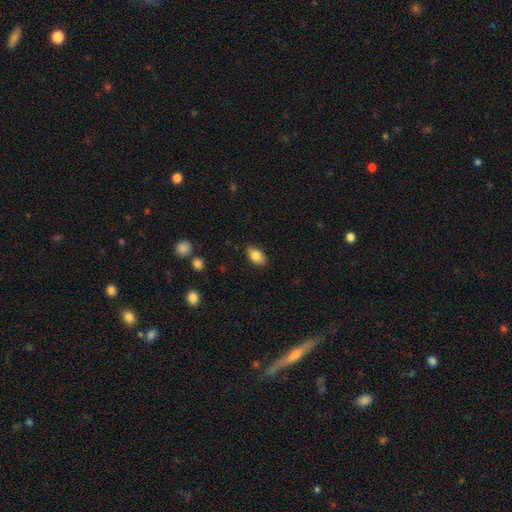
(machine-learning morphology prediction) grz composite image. It shows a smooth galaxy with no disk features (83%) that is in between round and cigar-shaped (90%). Merging: none (85%).